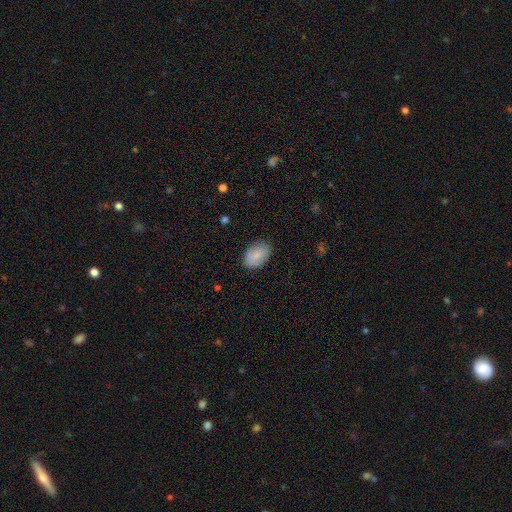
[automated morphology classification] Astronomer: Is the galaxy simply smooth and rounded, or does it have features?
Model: smooth — 83%.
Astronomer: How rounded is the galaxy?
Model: in between — 89%.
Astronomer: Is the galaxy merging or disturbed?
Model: none — 83%.